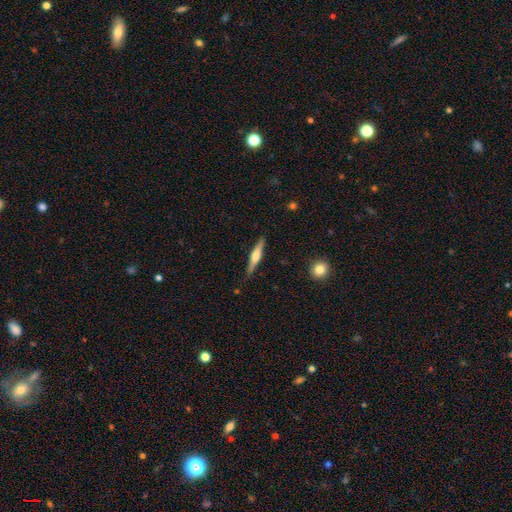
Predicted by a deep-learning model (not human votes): A featured or disk galaxy (61%) viewed edge-on (97%) with a rounded central bulge (83%). Merging: none (88%).